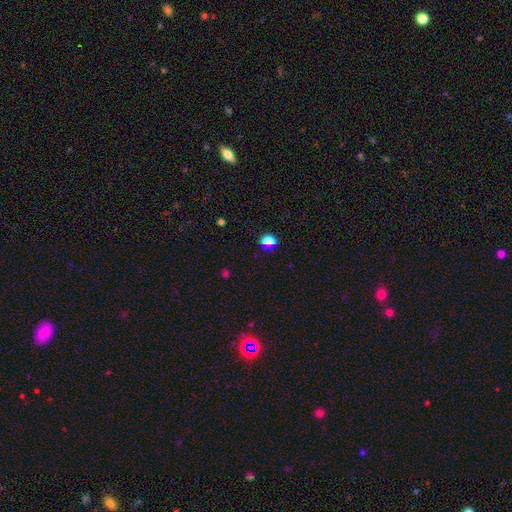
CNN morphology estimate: This appears to be a smooth galaxy with no disk features (54%) that is round (83%). Merging: none (86%).